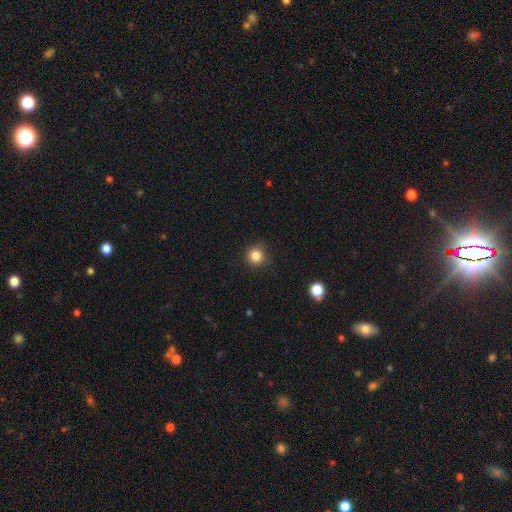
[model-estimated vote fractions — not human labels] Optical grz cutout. It shows a smooth galaxy with no disk features (84%) that is round (93%). Merging: none (85%).